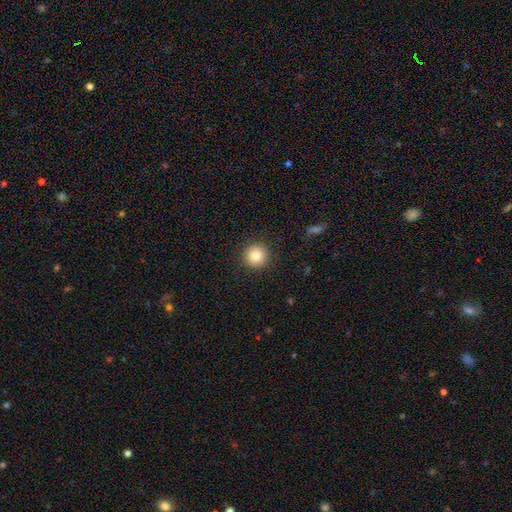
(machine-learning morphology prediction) Smooth or featured?
  - smooth: 84% *
  - star or artifact: 10%
  - featured or disk: 7%
How rounded?
  - round: 95% *
  - in between: 4%
  - cigar-shaped: 1%
Merging?
  - none: 92% *
  - minor disturbance: 5%
  - major disturbance: 2%
  - merger: 1%